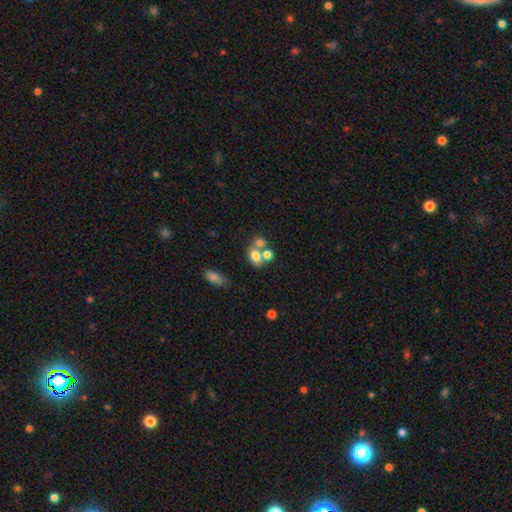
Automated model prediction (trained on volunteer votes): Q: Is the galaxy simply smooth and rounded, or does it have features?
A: smooth — 70%.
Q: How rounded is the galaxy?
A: in between — 61%.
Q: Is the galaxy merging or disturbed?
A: merger — 51%.